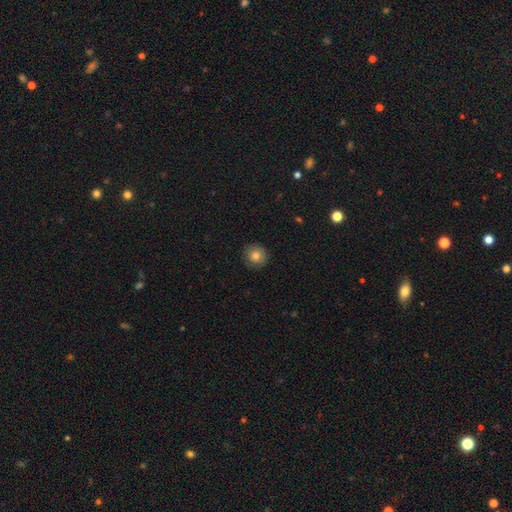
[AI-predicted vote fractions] Q: Smooth or featured?
A: smooth (80%); runner-up: featured or disk (11%)
Q: How rounded?
A: round (93%); runner-up: in between (6%)
Q: Merging?
A: none (89%); runner-up: minor disturbance (8%)